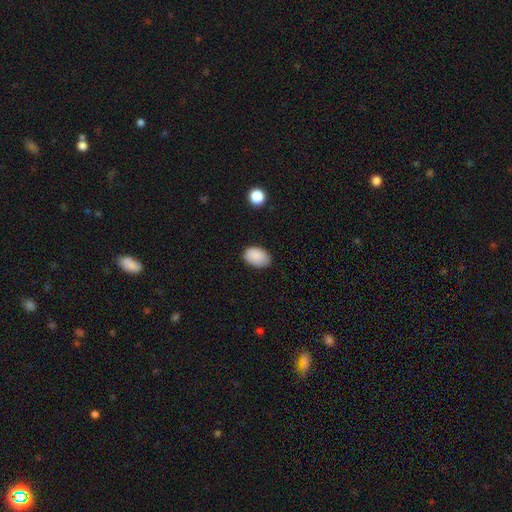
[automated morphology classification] type=smooth (88%); roundness=in between (88%); merging=none (78%).